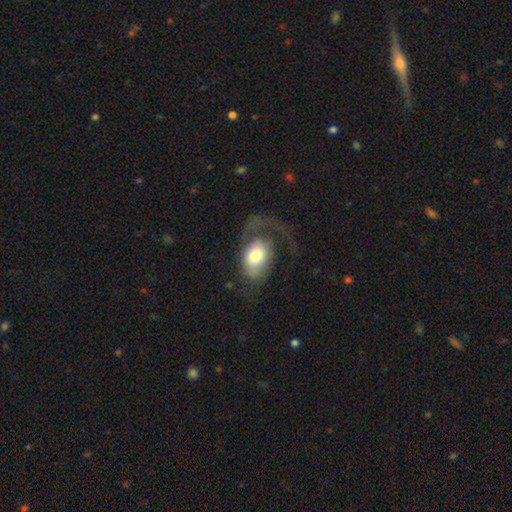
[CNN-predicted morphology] Overall: smooth (53%; featured or disk 41%). How rounded: in between (80%). Merging: major disturbance (52%; none 30%).